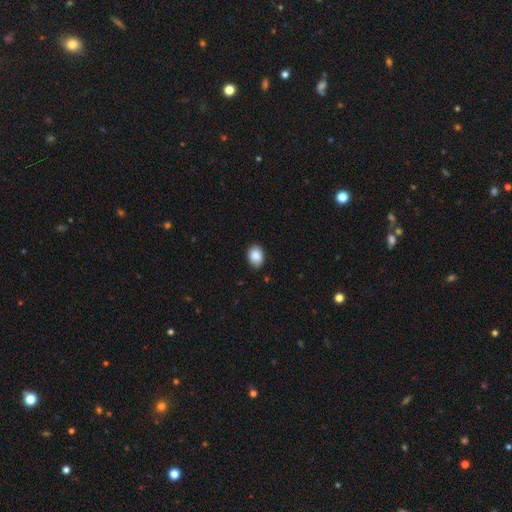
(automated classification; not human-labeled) smooth-or-featured: smooth: 88% | star or artifact: 7% | featured or disk: 5%
  how-rounded: in between: 71% | round: 28% | cigar-shaped: 1%
  merging: none: 84% | minor disturbance: 13% | major disturbance: 2% | merger: 1%